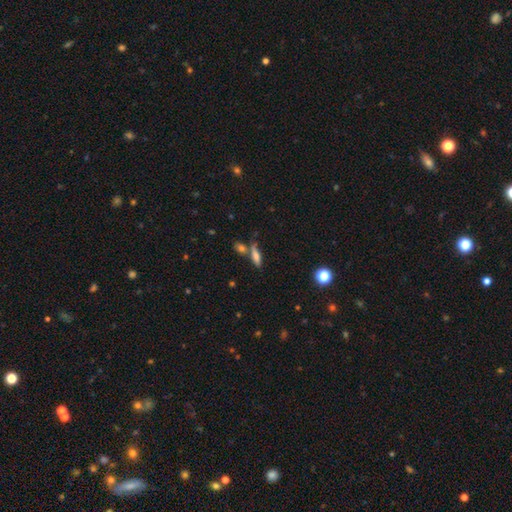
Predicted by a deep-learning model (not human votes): Smooth or featured? smooth (68%)
How rounded? cigar-shaped (55%)
Merging? none (57%)